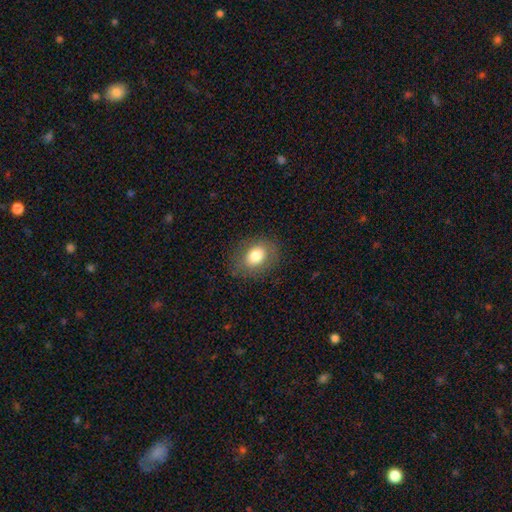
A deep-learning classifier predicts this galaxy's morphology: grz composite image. It shows a smooth galaxy with no disk features (77%) that is in between round and cigar-shaped (57%). Merging: none (82%).